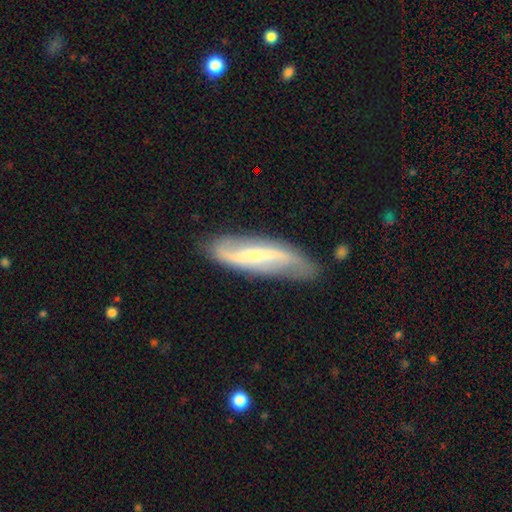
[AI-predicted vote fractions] smooth_or_featured: featured or disk (p=0.75) [alt: smooth p=0.19]
disk_edge_on: no (p=0.82) [alt: yes p=0.18]
bar: strong (p=0.48) [alt: weak p=0.33]
has_spiral_arms: yes (p=0.90) [alt: no p=0.10]
spiral_winding: loose (p=0.70) [alt: medium p=0.21]
spiral_arm_count: 2 (p=0.88) [alt: can't tell p=0.06]
bulge_size: small (p=0.57) [alt: moderate p=0.22]
merging: none (p=0.76) [alt: minor disturbance p=0.17]